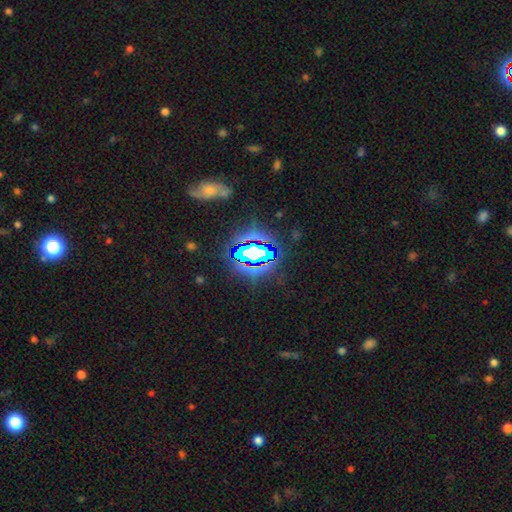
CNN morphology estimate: smooth_or_featured: star or artifact (p=0.70) [alt: smooth p=0.17]